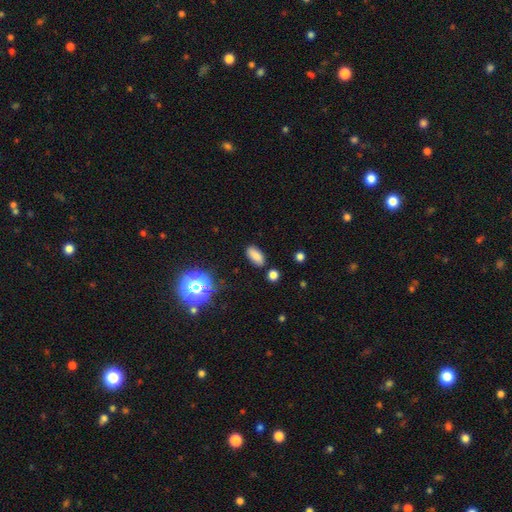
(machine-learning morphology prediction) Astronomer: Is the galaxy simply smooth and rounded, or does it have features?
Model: smooth — 80%.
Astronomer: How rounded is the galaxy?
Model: in between — 86%.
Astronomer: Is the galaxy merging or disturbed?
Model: none — 84%.